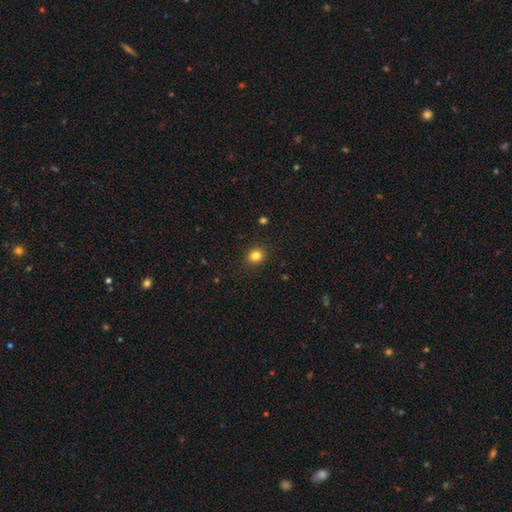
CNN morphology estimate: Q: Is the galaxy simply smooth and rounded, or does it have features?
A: smooth — 83%.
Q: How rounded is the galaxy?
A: round — 70%.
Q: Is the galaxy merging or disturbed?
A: none — 90%.